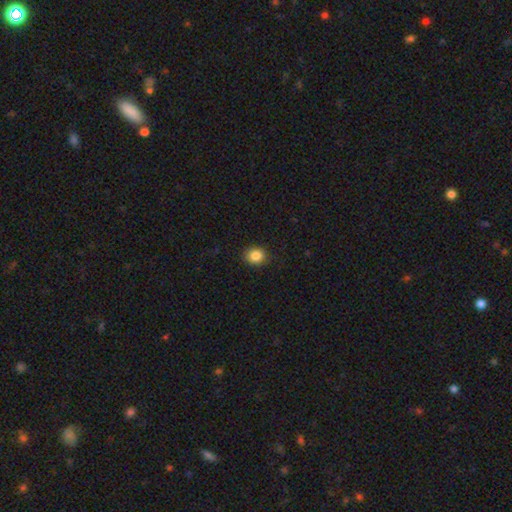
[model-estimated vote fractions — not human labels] Overall: smooth (85%). How rounded: round (70%). Merging: none (89%).